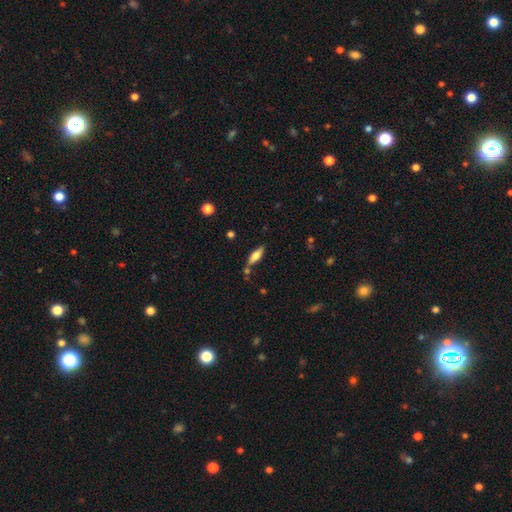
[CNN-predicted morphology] Overall: smooth (56%; featured or disk 37%). How rounded: in between (51%; cigar-shaped 47%). Merging: none (73%).